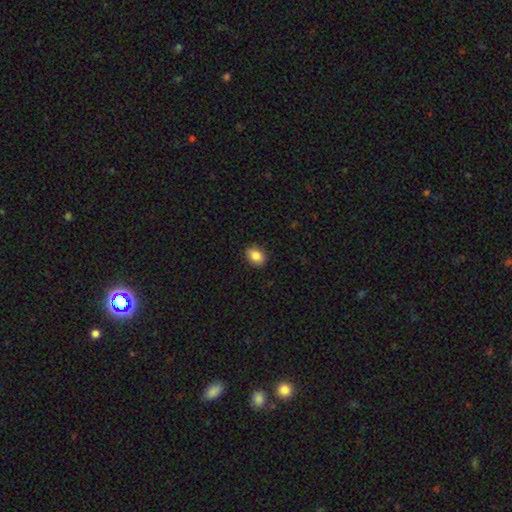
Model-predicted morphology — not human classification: type=smooth (86%); roundness=in between (66%); merging=none (88%).